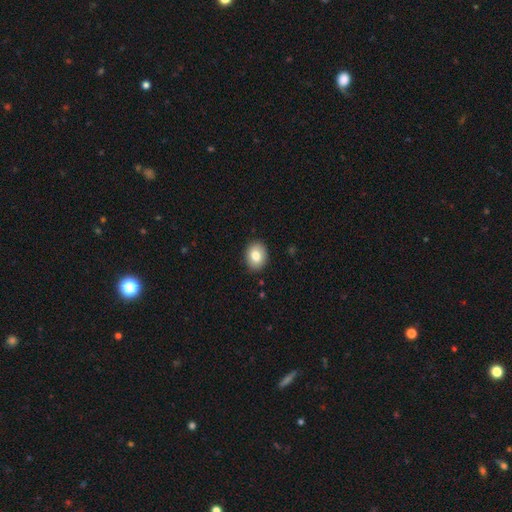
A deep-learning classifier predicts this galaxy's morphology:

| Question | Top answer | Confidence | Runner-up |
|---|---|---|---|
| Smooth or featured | smooth | 81% | featured or disk (11%) |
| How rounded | in between | 56% | round (43%) |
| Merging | none | 89% | minor disturbance (8%) |